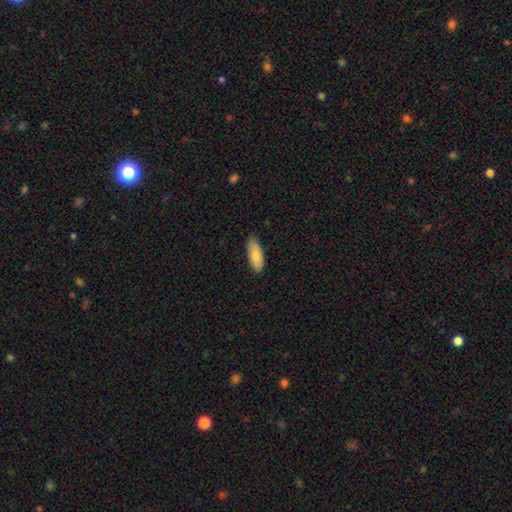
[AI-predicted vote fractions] smooth_or_featured: smooth (p=0.81) [alt: featured or disk p=0.13]
how_rounded: in between (p=0.75) [alt: cigar-shaped p=0.23]
merging: none (p=0.81) [alt: minor disturbance p=0.16]